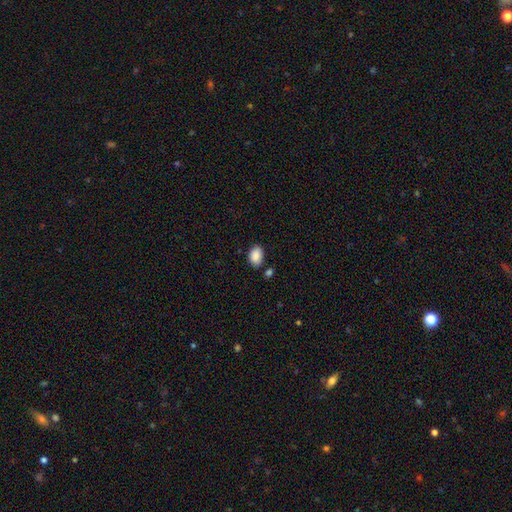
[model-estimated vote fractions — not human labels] Smooth or featured? smooth (88%)
How rounded? in between (85%)
Merging? none (76%)